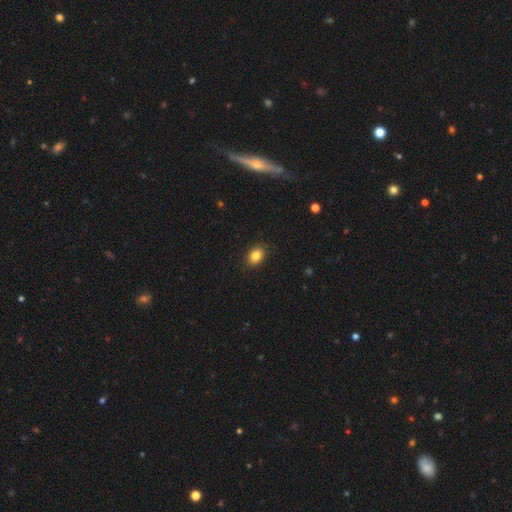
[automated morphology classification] This is clearly a smooth galaxy (84%). How rounded: likely in between (63%). Merging: clearly none (88%).